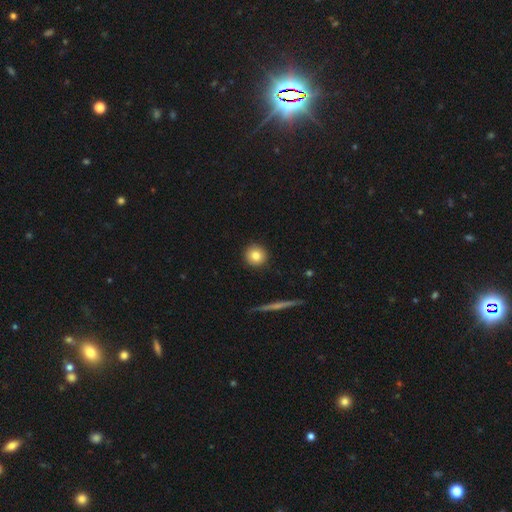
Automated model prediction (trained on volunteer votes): Smooth or featured? smooth (81%)
How rounded? round (94%)
Merging? none (92%)